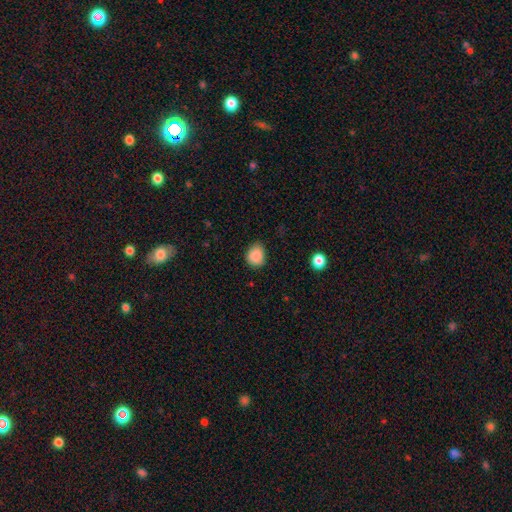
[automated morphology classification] smooth_or_featured: smooth (p=0.87) [alt: star or artifact p=0.09]
how_rounded: round (p=0.61) [alt: in between p=0.38]
merging: none (p=0.73) [alt: minor disturbance p=0.22]